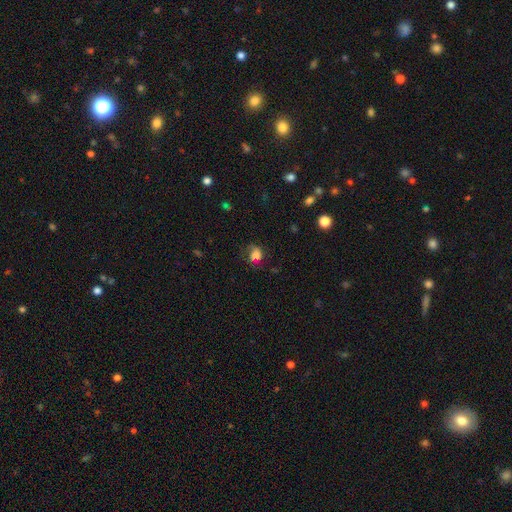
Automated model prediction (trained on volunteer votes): The model was most divided on "how rounded": in between: 54%, round: 45%, cigar-shaped: 1%. Remaining: smooth or featured — smooth (69%); merging — none (49%).